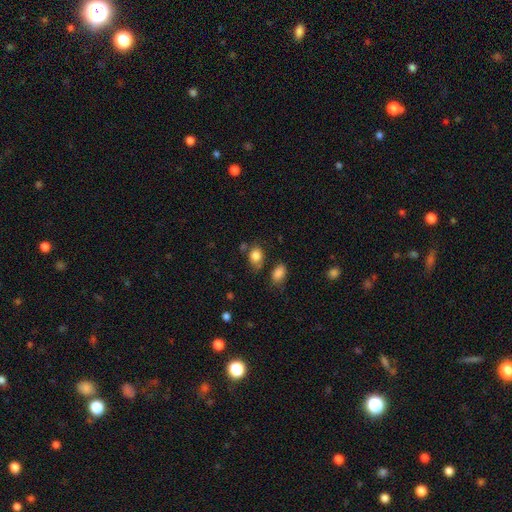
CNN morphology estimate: Smooth or featured? smooth (84%)
How rounded? in between (58%)
Merging? none (64%)